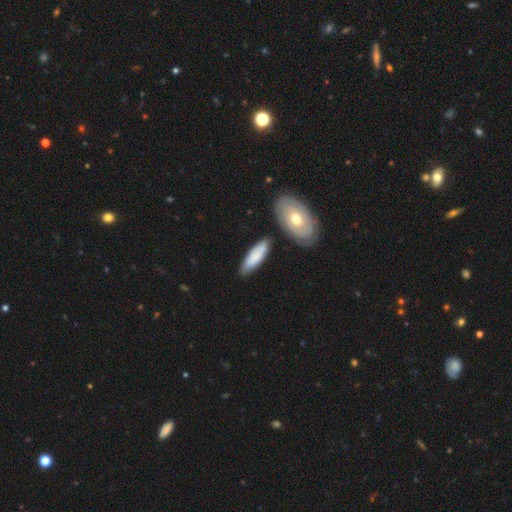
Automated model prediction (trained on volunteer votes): Morphology: type=smooth (74%); roundness=in between (53%); merging=none (71%).